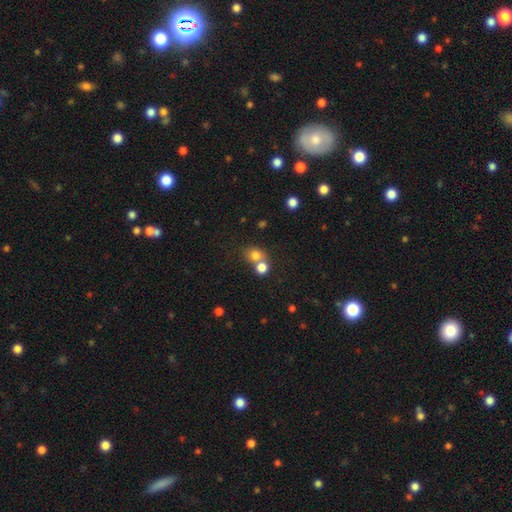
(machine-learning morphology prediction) A smooth galaxy with no disk features (77%) that is round (73%).

Vote fractions:
- Smooth or featured? smooth: 77% / star or artifact: 13% / featured or disk: 10%
- How rounded? round: 73% / in between: 26% / cigar-shaped: 1%
- Merging? merger: 46% / none: 43% / minor disturbance: 7% / major disturbance: 4%